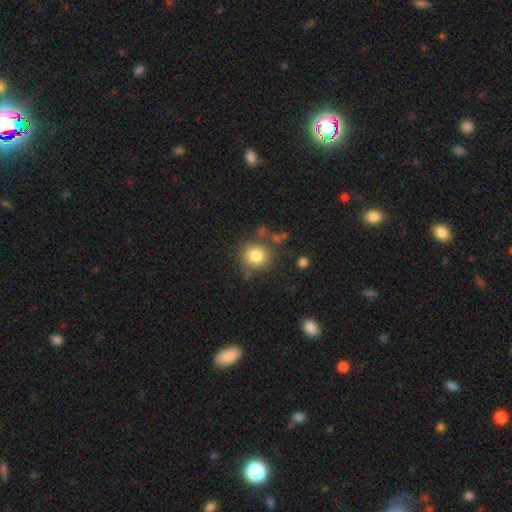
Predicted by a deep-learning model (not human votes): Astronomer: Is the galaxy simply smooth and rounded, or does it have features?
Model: smooth — 81%.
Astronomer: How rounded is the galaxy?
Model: round — 88%.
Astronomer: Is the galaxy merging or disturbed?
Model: none — 73%.